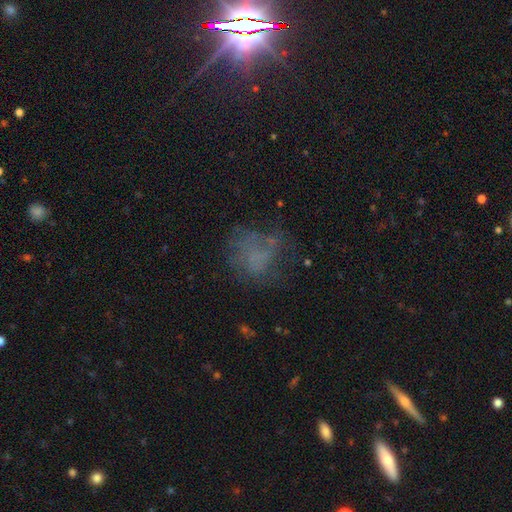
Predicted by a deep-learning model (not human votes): This appears to be a smooth galaxy with no disk features (44%). Merging: none (48%).